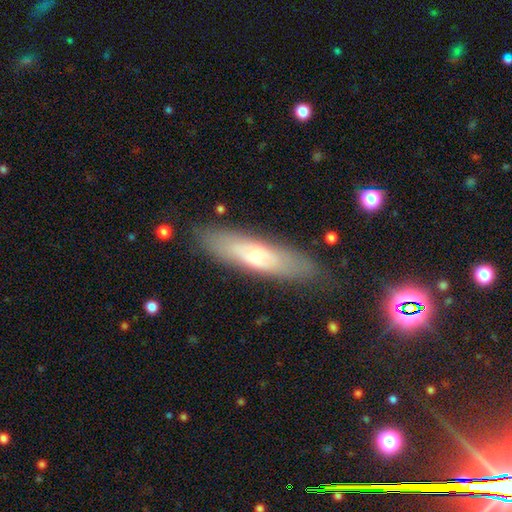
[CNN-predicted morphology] smooth 47%, featured or disk 45%, star or artifact 7%. Down the decision tree: merging — none (82%).